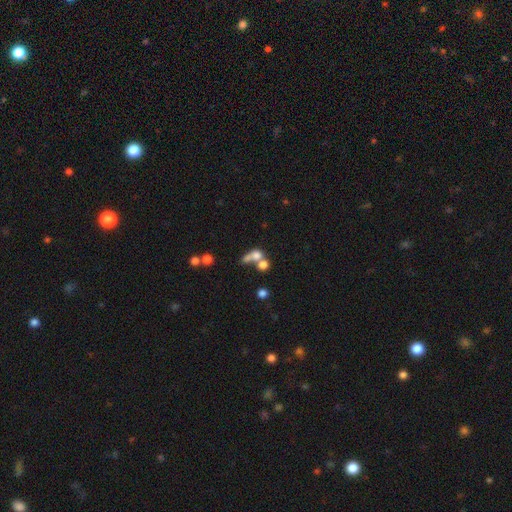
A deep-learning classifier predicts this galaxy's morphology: Smooth or featured: smooth — 64% (featured or disk — 21%)
How rounded: round — 57% (in between — 38%)
Merging: merger — 56% (none — 24%)